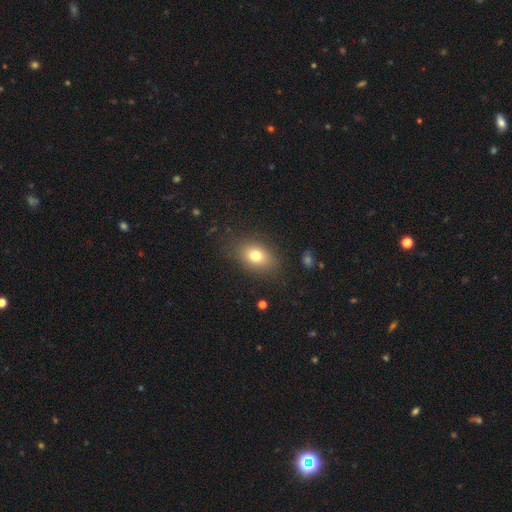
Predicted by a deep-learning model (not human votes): Smooth or featured?
  - smooth: 76% *
  - featured or disk: 13%
  - star or artifact: 11%
How rounded?
  - in between: 75% *
  - round: 24%
  - cigar-shaped: 2%
Merging?
  - none: 83% *
  - minor disturbance: 12%
  - major disturbance: 4%
  - merger: 1%